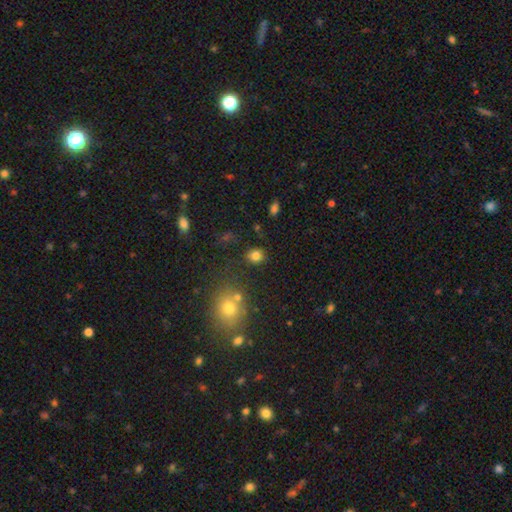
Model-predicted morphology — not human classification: A smooth galaxy with no disk features (81%) that is round (78%). Merging: none (81%).